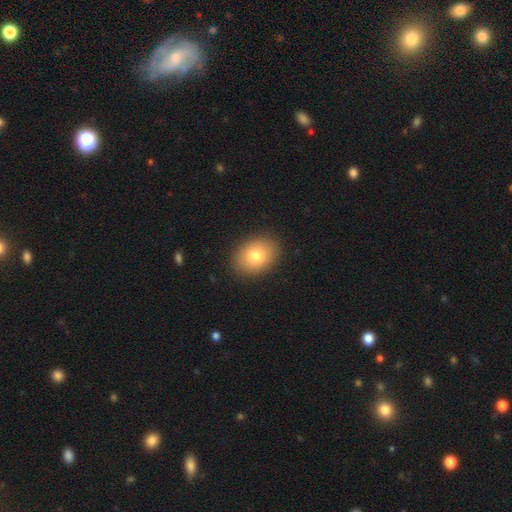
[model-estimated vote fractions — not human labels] Morphology: type=smooth (80%); roundness=in between (67%); merging=none (89%).